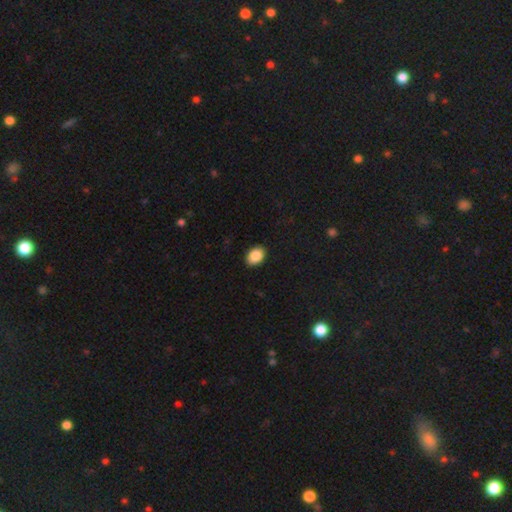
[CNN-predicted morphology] Overall: smooth (87%). How rounded: in between (78%). Merging: none (90%).